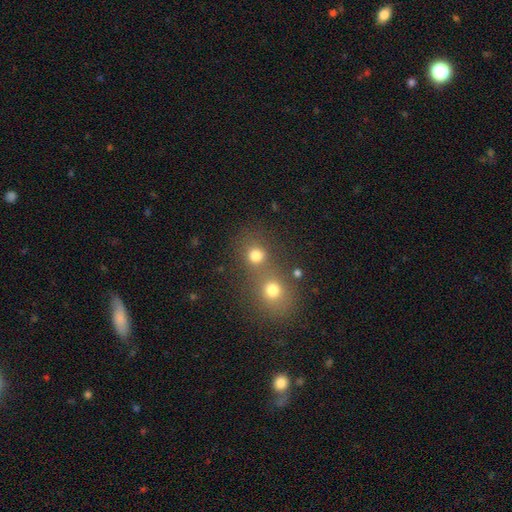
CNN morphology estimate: This is likely a smooth galaxy (75%). How rounded: likely round (80%). Merging: possibly merger (48%).